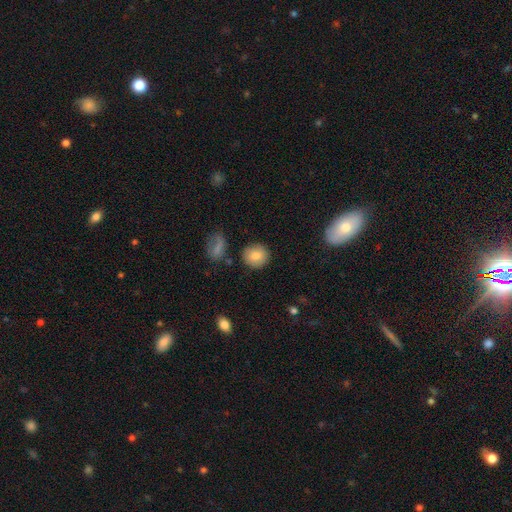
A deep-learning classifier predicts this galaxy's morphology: Smooth or featured? Predicted: smooth (p=0.81). How rounded? Predicted: round (p=0.89). Merging? Predicted: none (p=0.88).